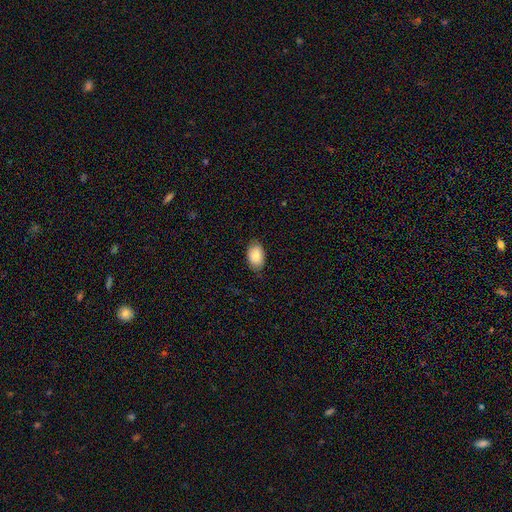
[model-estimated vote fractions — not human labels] smooth 83%, featured or disk 10%, star or artifact 7%. Down the decision tree: how rounded — in between (90%); merging — none (78%).